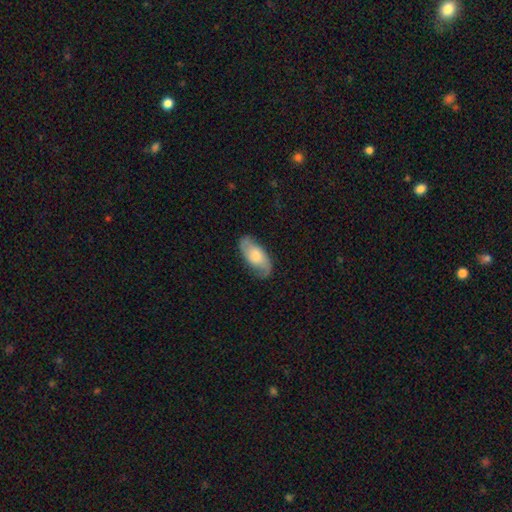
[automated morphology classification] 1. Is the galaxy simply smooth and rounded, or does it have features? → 51% featured or disk, 43% smooth, 6% star or artifact.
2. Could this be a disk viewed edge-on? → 91% no, 9% yes.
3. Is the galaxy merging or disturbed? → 76% none, 17% minor disturbance, 5% major disturbance, 1% merger.